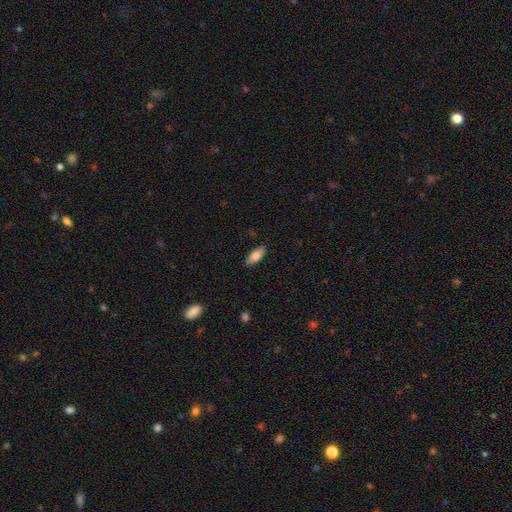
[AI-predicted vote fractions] The model was most divided on "smooth or featured": smooth: 76%, featured or disk: 17%, star or artifact: 6%. More confident: merging — none (86%); how rounded — in between (79%).